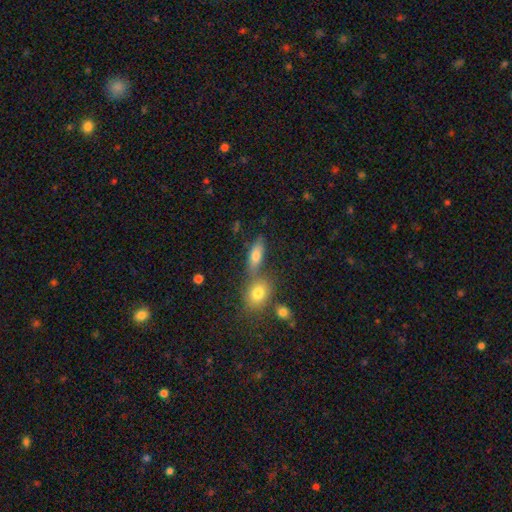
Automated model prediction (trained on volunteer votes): This appears to be a smooth galaxy with no disk features (75%) that is in between round and cigar-shaped (75%). Merging: none (51%).